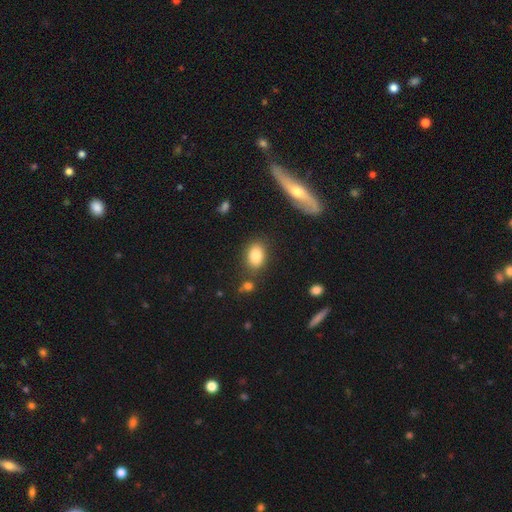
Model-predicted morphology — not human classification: The model was most divided on "how rounded": in between: 79%, round: 20%, cigar-shaped: 2%. More confident: smooth or featured — smooth (83%); merging — none (80%).